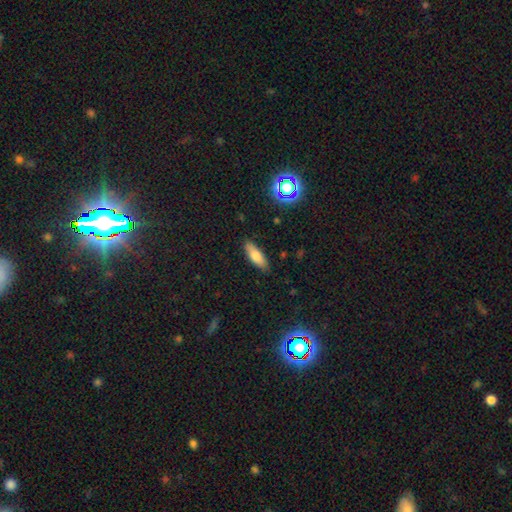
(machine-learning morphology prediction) Smooth or featured: smooth — 74% (featured or disk — 17%)
How rounded: in between — 60% (cigar-shaped — 37%)
Merging: none — 86% (minor disturbance — 11%)